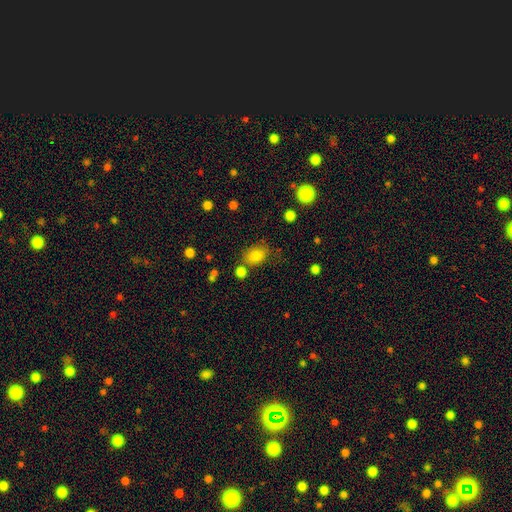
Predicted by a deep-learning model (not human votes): Smooth or featured? smooth (82%)
How rounded? in between (68%)
Merging? none (67%)